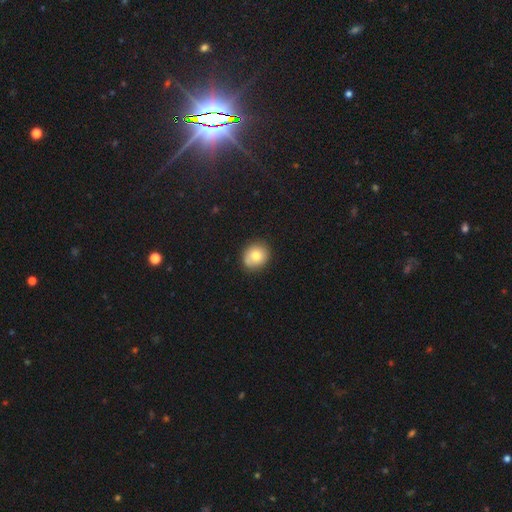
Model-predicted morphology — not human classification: A smooth galaxy with no disk features (75%) that is round (82%).

Vote fractions:
- Smooth or featured? smooth: 75% / featured or disk: 15% / star or artifact: 10%
- How rounded? round: 82% / in between: 17% / cigar-shaped: 1%
- Merging? none: 82% / minor disturbance: 14% / major disturbance: 3% / merger: 2%